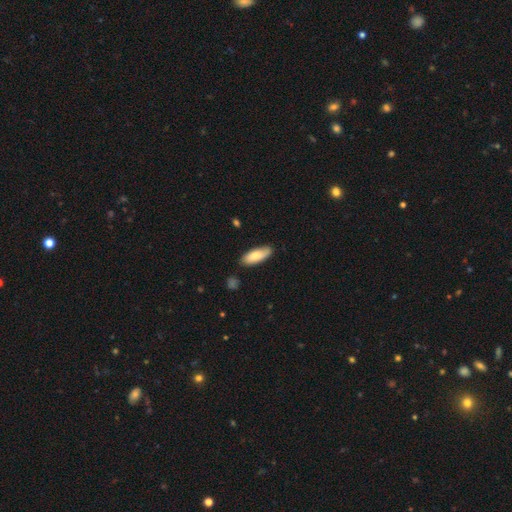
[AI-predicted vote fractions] Q: Smooth or featured?
A: smooth (80%); runner-up: featured or disk (14%)
Q: How rounded?
A: in between (73%); runner-up: cigar-shaped (25%)
Q: Merging?
A: none (82%); runner-up: minor disturbance (14%)